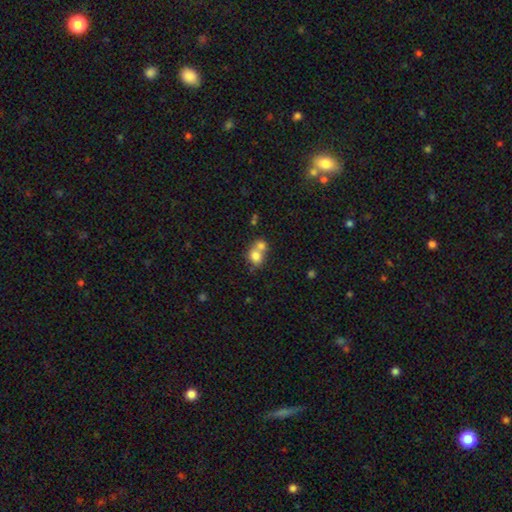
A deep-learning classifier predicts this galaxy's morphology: Smooth or featured: smooth — 77% (featured or disk — 14%)
How rounded: round — 62% (in between — 37%)
Merging: merger — 62% (none — 28%)